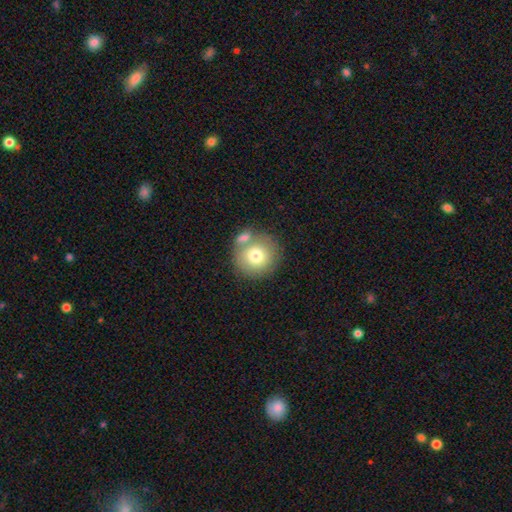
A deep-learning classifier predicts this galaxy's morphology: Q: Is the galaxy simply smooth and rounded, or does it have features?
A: smooth — 75%.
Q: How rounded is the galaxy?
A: round — 92%.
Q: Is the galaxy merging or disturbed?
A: none — 58%.